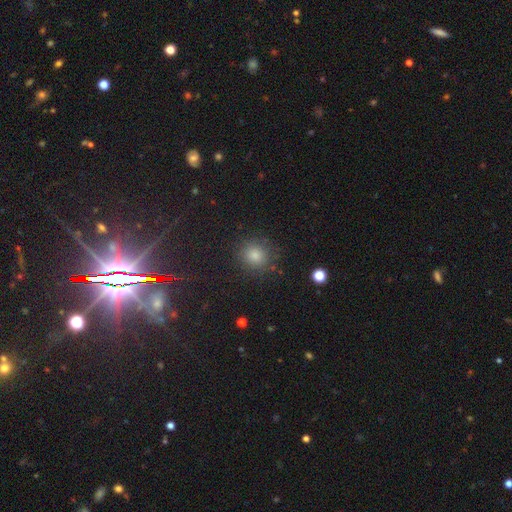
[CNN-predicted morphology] Smooth or featured? smooth (76%)
How rounded? round (87%)
Merging? none (86%)